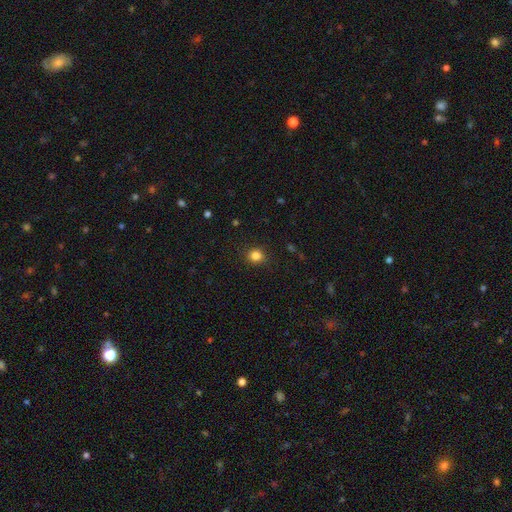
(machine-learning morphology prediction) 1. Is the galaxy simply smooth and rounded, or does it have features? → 83% smooth, 12% star or artifact, 4% featured or disk.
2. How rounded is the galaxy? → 82% round, 17% in between, 1% cigar-shaped.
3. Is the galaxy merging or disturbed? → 88% none, 8% minor disturbance, 3% major disturbance, 1% merger.